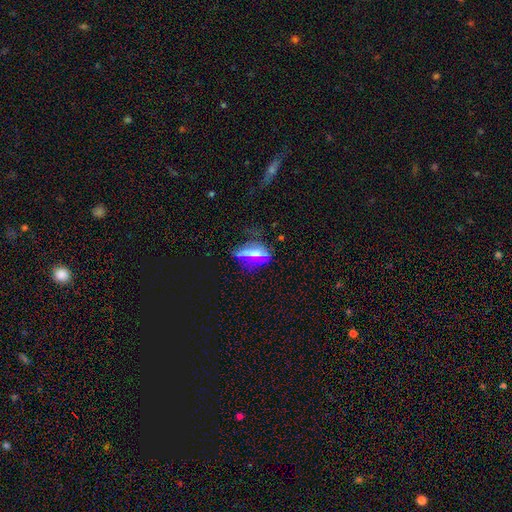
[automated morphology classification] A smooth galaxy with no disk features (51%) that is in between round and cigar-shaped (62%).

Vote fractions:
- Smooth or featured? smooth: 51% / featured or disk: 25% / star or artifact: 24%
- How rounded? in between: 62% / cigar-shaped: 22% / round: 17%
- Merging? none: 67% / minor disturbance: 20% / major disturbance: 10% / merger: 4%